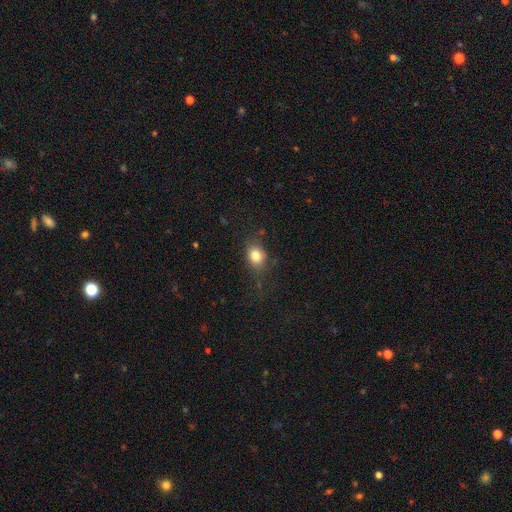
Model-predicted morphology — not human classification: Smooth or featured: smooth — 80% (star or artifact — 11%)
How rounded: in between — 55% (round — 43%)
Merging: none — 70% (minor disturbance — 20%)